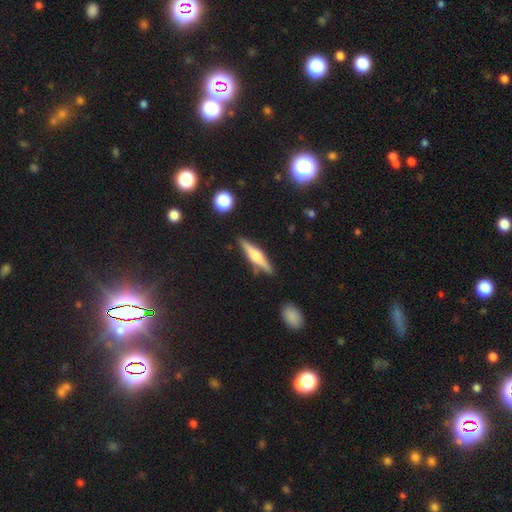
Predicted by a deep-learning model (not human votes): Overall: featured or disk (60%; smooth 33%). Edge-on disk: yes (97%). Edge-on bulge: rounded (83%). Merging: none (87%).